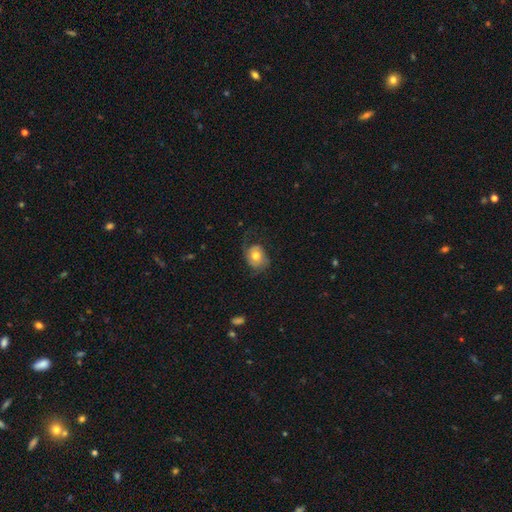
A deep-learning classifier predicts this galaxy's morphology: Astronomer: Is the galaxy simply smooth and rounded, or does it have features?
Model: smooth — 53% (runner-up: featured or disk, 39%).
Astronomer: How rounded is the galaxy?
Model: in between — 51% (runner-up: round, 48%).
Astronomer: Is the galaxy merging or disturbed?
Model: none — 46% (runner-up: major disturbance, 27%).